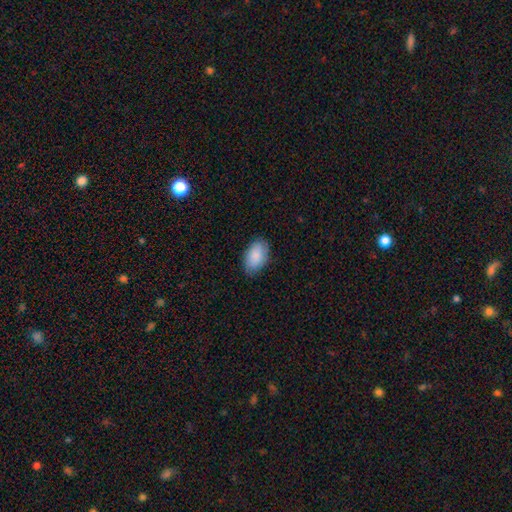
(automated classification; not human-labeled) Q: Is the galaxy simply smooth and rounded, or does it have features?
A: smooth — 87%.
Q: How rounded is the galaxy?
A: in between — 94%.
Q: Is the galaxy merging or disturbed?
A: none — 81%.